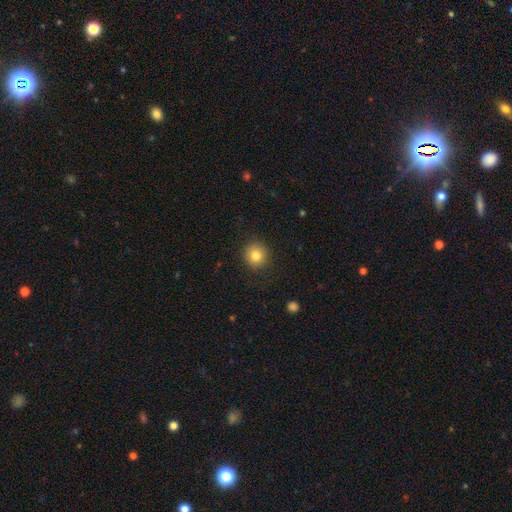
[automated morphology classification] type=smooth (82%); roundness=round (91%); merging=none (89%).